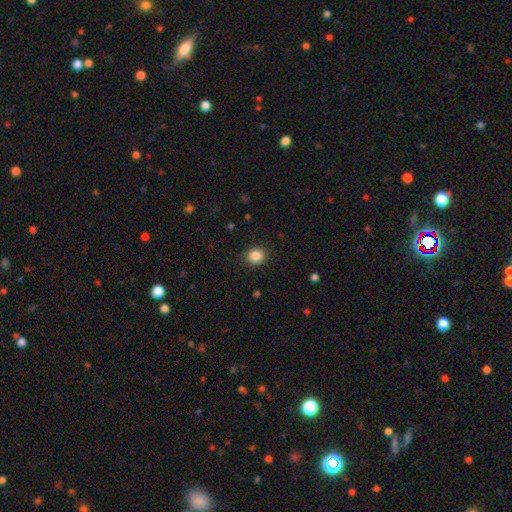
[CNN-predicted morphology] smooth 87%, star or artifact 10%, featured or disk 4%. Down the decision tree: how rounded — round (75%); merging — none (89%).